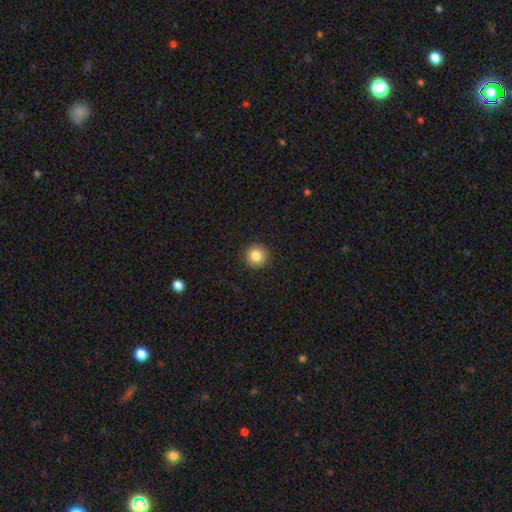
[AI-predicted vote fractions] Overall: smooth (85%). How rounded: round (95%). Merging: none (92%).